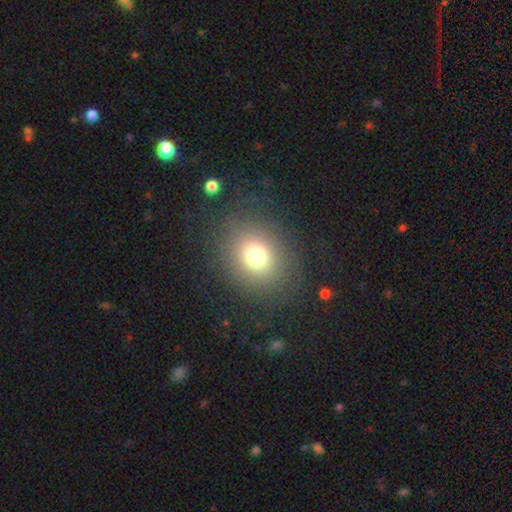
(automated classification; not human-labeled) smooth 72%, star or artifact 16%, featured or disk 12%. Down the decision tree: how rounded — round (71%); merging — none (82%).